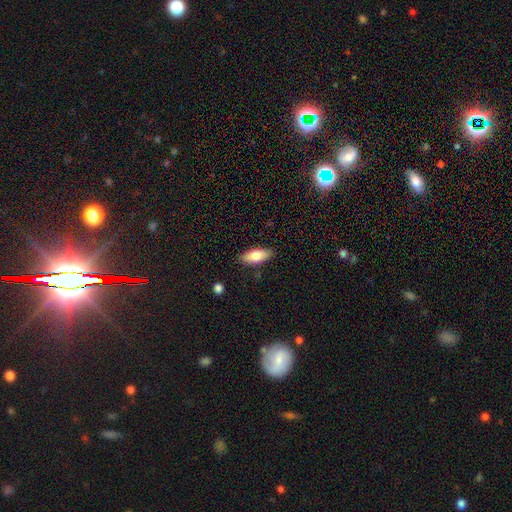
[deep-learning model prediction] Smooth or featured? smooth (76%)
How rounded? in between (77%)
Merging? none (86%)